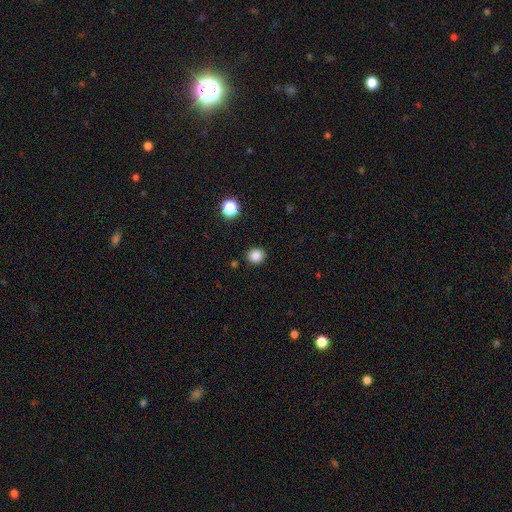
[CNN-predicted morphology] A smooth galaxy with no disk features (85%) that is round (83%).

Vote fractions:
- Smooth or featured? smooth: 85% / star or artifact: 12% / featured or disk: 4%
- How rounded? round: 83% / in between: 17% / cigar-shaped: 1%
- Merging? none: 89% / minor disturbance: 7% / major disturbance: 2% / merger: 2%